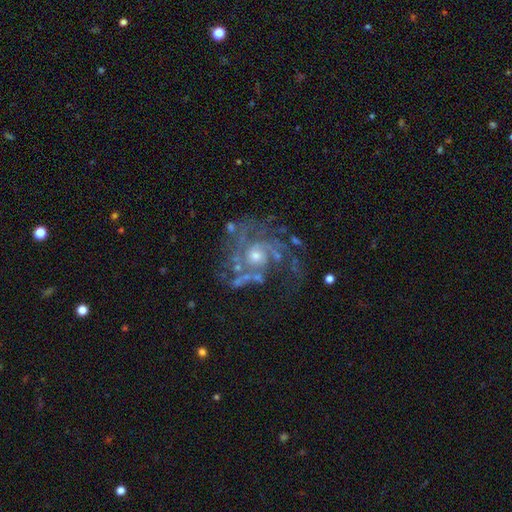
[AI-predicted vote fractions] Q: Smooth or featured?
A: featured or disk (88%); runner-up: star or artifact (7%)
Q: Edge-on disk?
A: no (98%); runner-up: yes (2%)
Q: Bar?
A: no (77%); runner-up: weak (19%)
Q: Spiral arms?
A: yes (94%); runner-up: no (6%)
Q: Spiral winding?
A: tight (44%); runner-up: medium (42%)
Q: Spiral arm count?
A: 2 (26%); runner-up: 3 (25%)
Q: Bulge size?
A: moderate (47%); tied with: small (47%)
Q: Merging?
A: none (55%); runner-up: major disturbance (23%)